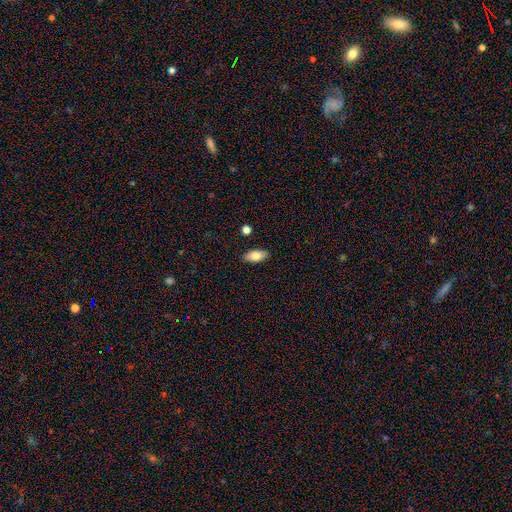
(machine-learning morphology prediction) smooth-or-featured: smooth: 77% | featured or disk: 16% | star or artifact: 7%
  how-rounded: in between: 87% | cigar-shaped: 9% | round: 3%
  merging: none: 87% | minor disturbance: 9% | merger: 2% | major disturbance: 2%